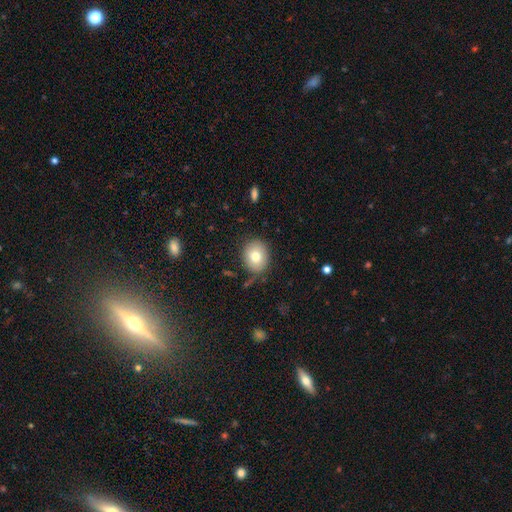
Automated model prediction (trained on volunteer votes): Overall: smooth (78%). How rounded: round (60%; in between 39%). Merging: none (80%).